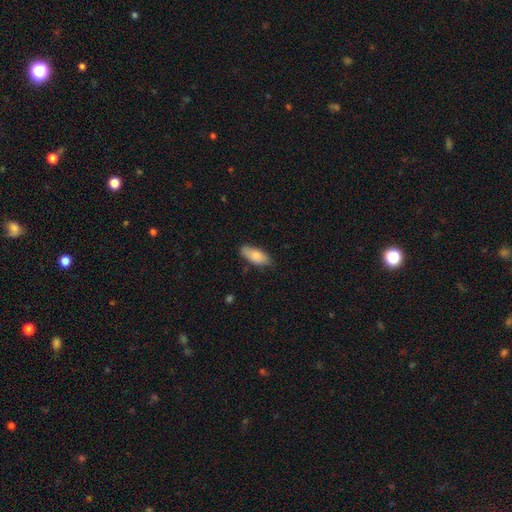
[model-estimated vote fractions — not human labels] A smooth galaxy with no disk features (82%) that is in between round and cigar-shaped (82%). Merging: none (75%).